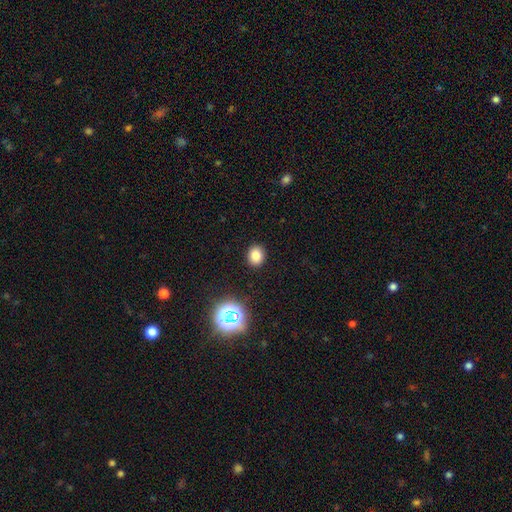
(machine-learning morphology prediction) The model was most divided on "how rounded": round: 63%, in between: 36%, cigar-shaped: 1%. More confident: merging — none (91%); smooth or featured — smooth (80%).